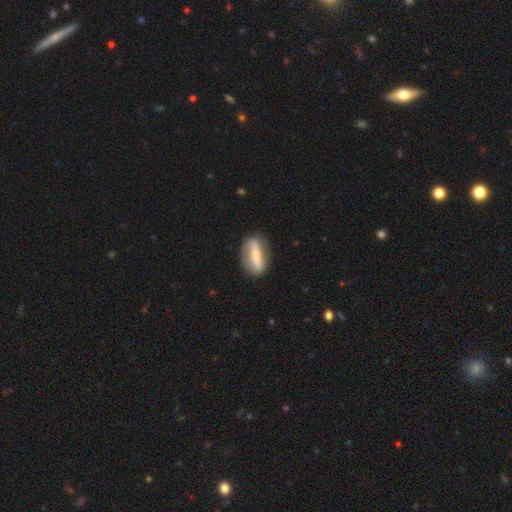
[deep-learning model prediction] This appears to be a featured or disk galaxy (56%). Merging: none (80%).